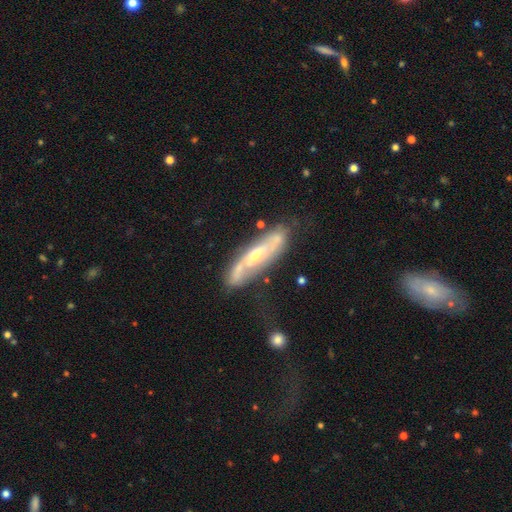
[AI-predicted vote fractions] smooth-or-featured: featured or disk: 76% | smooth: 18% | star or artifact: 6%
  disk-edge-on: no: 69% | yes: 31%
    bar: no: 47% | weak: 32% | strong: 21%
    has-spiral-arms: yes: 78% | no: 22%
    bulge-size: moderate: 50% | small: 44% | large: 3% | none: 1% | dominant: 1%
  merging: none: 66% | minor disturbance: 21% | major disturbance: 8% | merger: 5%